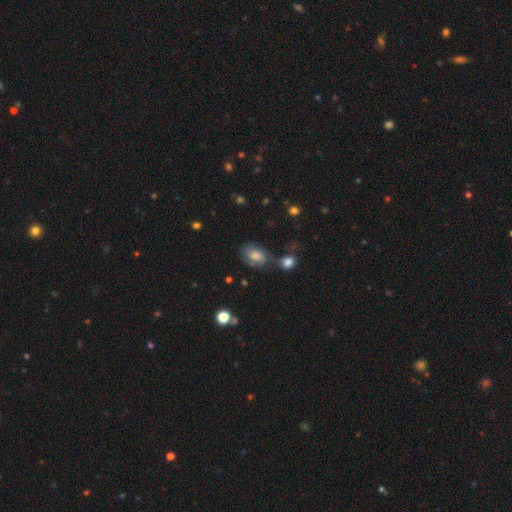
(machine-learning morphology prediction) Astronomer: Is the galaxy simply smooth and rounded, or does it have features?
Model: smooth — 63%.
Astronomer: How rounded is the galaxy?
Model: in between — 77%.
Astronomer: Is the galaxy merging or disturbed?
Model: none — 53%.